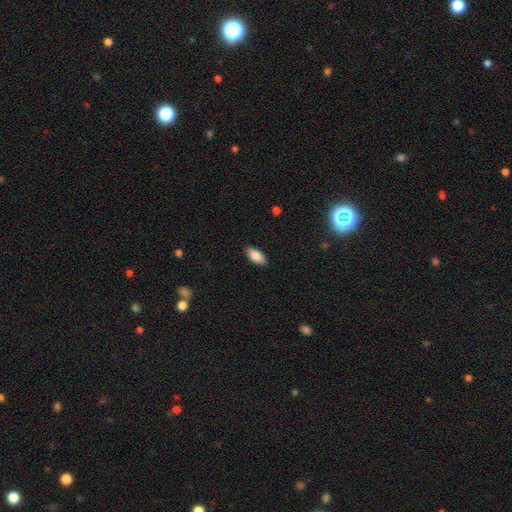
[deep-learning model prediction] Smooth or featured? smooth (88%)
How rounded? in between (90%)
Merging? none (88%)